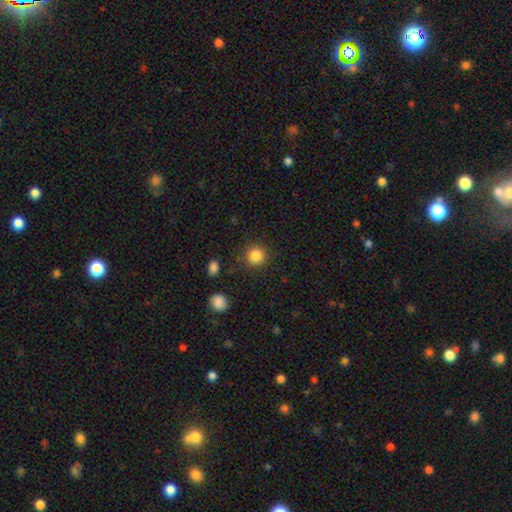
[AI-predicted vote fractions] The model was most divided on "smooth or featured": smooth: 85%, star or artifact: 11%, featured or disk: 4%. More confident: how rounded — round (93%); merging — none (88%).